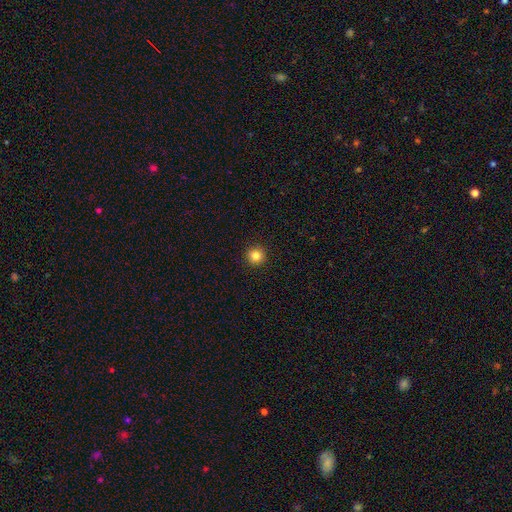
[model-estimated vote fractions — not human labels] This appears to be a smooth galaxy with no disk features (84%) that is round (96%). Merging: none (93%).